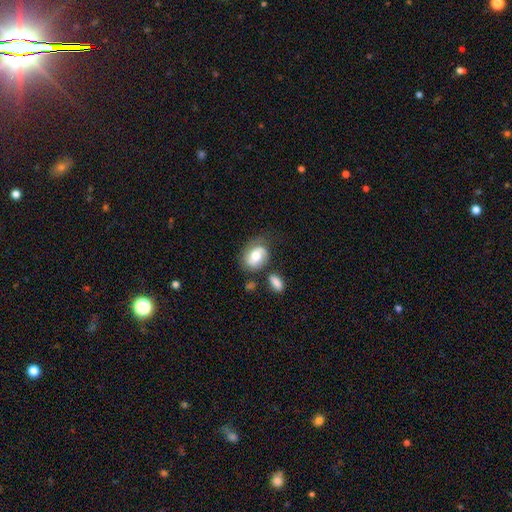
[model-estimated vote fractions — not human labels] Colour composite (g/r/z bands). It shows a smooth galaxy with no disk features (52%) that is in between round and cigar-shaped (54%). Merging: none (50%).